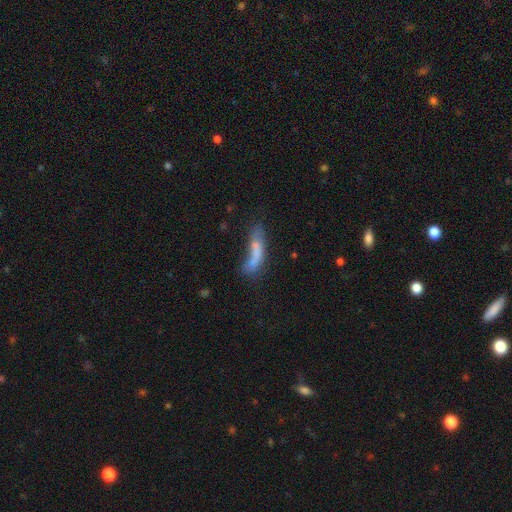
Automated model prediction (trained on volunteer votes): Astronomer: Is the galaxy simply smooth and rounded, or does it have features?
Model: smooth — 59%.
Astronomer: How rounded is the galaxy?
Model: cigar-shaped — 64%.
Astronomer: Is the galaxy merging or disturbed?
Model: none — 31% (runner-up: merger, 26%).